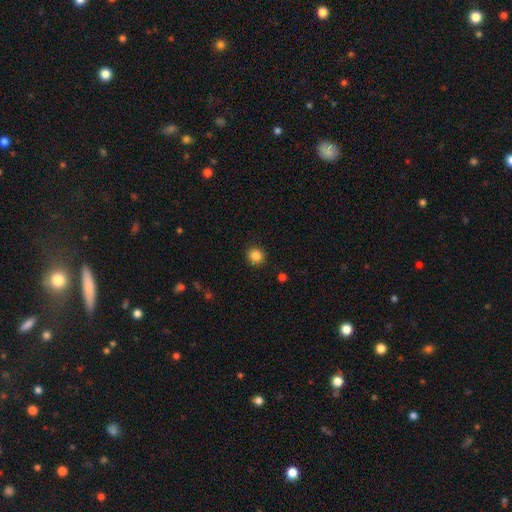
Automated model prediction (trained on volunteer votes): smooth_or_featured: smooth (p=0.85) [alt: star or artifact p=0.11]
how_rounded: round (p=0.93) [alt: in between p=0.06]
merging: none (p=0.92) [alt: minor disturbance p=0.05]